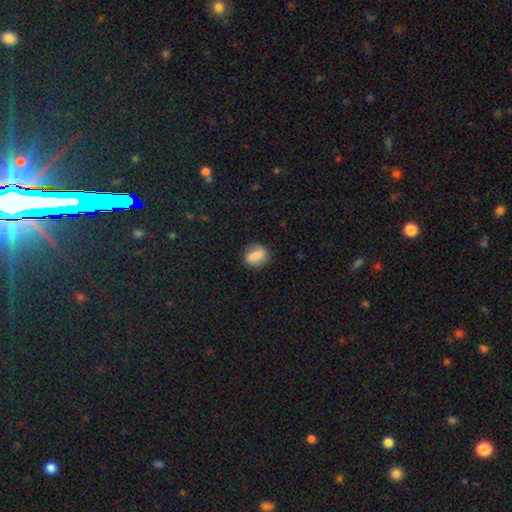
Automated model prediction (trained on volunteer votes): Smooth or featured? smooth (78%)
How rounded? in between (53%)
Merging? none (78%)